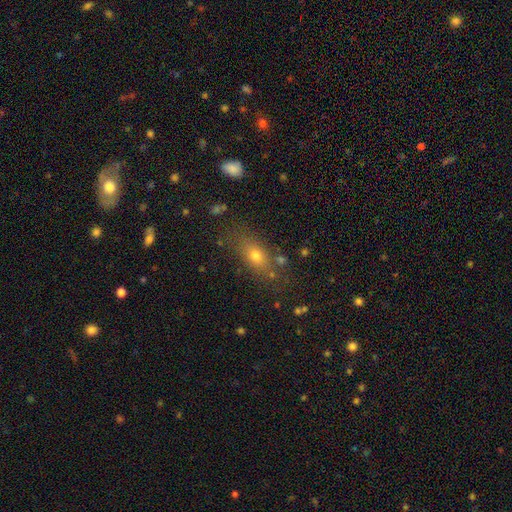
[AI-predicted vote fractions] Smooth or featured: smooth — 69% (star or artifact — 16%)
How rounded: in between — 66% (round — 19%)
Merging: none — 72% (minor disturbance — 15%)